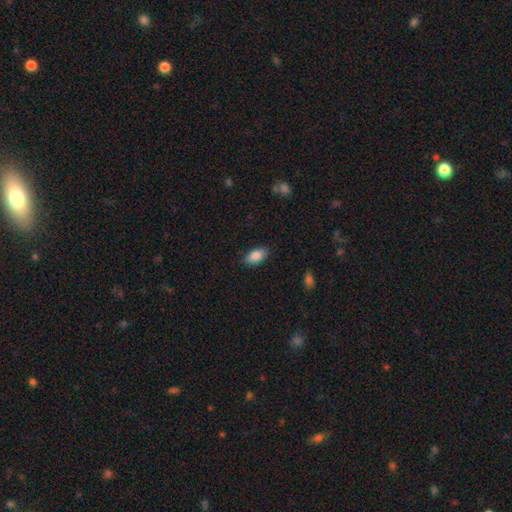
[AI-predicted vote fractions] Overall: smooth (86%). How rounded: in between (92%). Merging: none (86%).